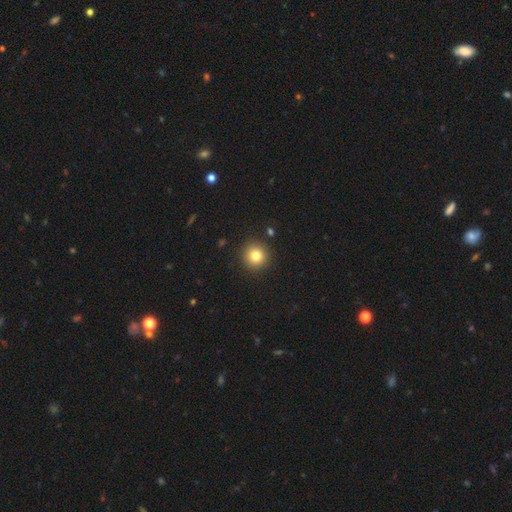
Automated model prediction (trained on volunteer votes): Smooth or featured?
  - smooth: 81% *
  - star or artifact: 12%
  - featured or disk: 8%
How rounded?
  - round: 95% *
  - in between: 4%
  - cigar-shaped: 1%
Merging?
  - none: 91% *
  - minor disturbance: 5%
  - major disturbance: 2%
  - merger: 2%